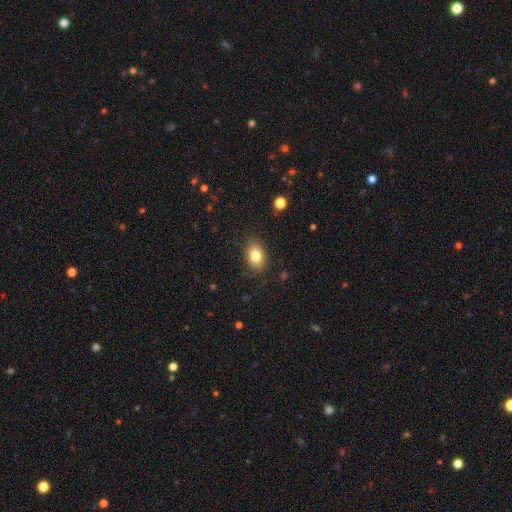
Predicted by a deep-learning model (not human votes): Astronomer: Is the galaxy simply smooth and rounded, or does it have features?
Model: smooth — 80%.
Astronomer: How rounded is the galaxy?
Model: in between — 76%.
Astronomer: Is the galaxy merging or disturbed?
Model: none — 85%.